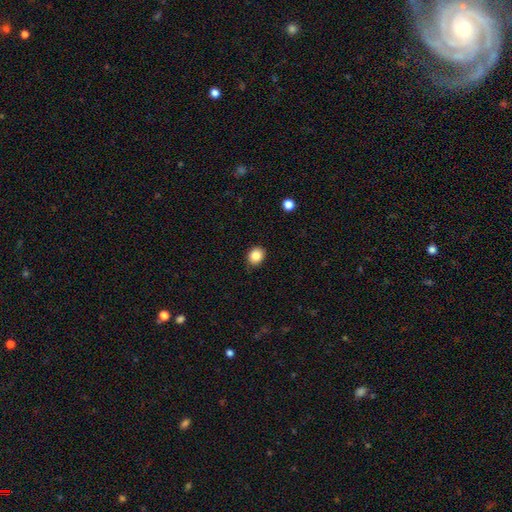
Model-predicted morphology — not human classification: This appears to be a smooth galaxy with no disk features (84%) that is round (67%). Merging: none (84%).